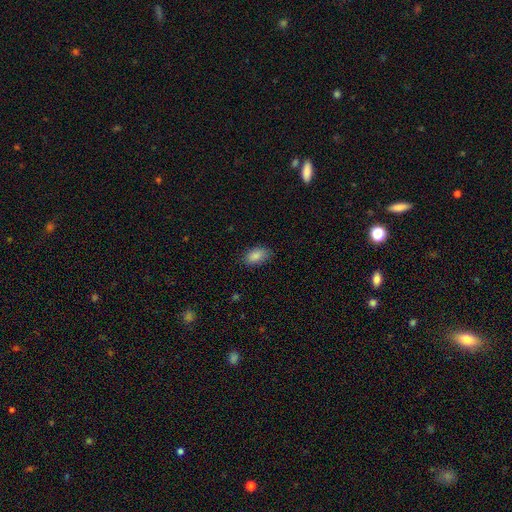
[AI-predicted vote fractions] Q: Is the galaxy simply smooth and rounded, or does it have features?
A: smooth — 88%.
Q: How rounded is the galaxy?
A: in between — 92%.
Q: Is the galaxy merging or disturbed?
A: none — 81%.